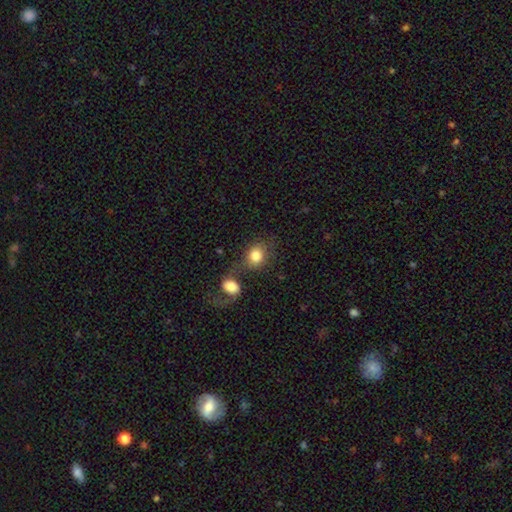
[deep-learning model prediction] Smooth or featured? smooth (82%)
How rounded? round (61%)
Merging? none (47%)